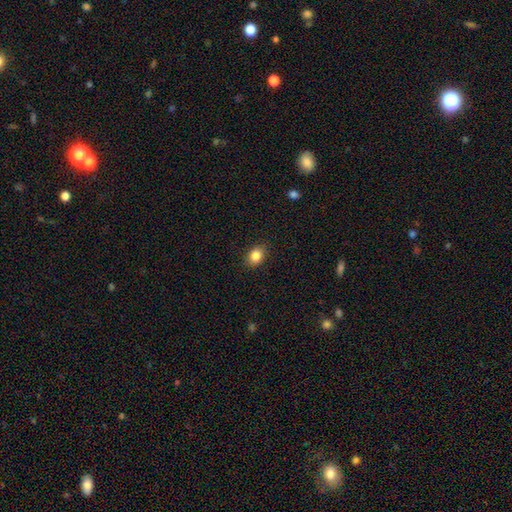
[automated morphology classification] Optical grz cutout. It shows a smooth galaxy with no disk features (85%) that is in between round and cigar-shaped (58%). Merging: none (88%).